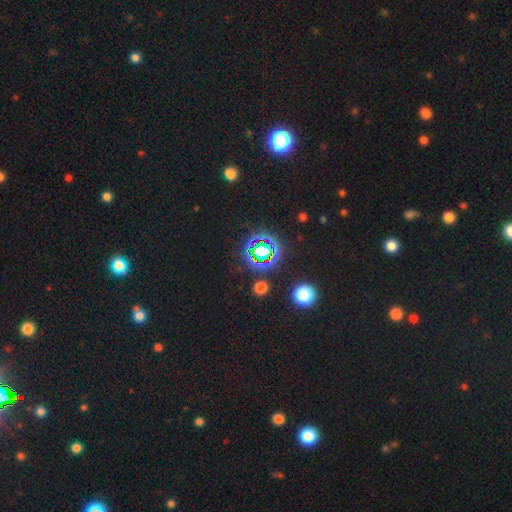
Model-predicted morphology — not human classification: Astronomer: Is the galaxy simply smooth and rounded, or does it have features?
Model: star or artifact — 72%.